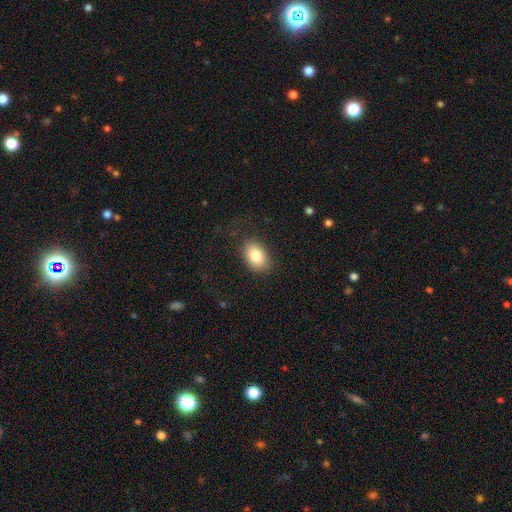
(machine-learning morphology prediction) A smooth galaxy with no disk features (82%) that is in between round and cigar-shaped (86%).

Vote fractions:
- Smooth or featured? smooth: 82% / featured or disk: 10% / star or artifact: 8%
- How rounded? in between: 86% / round: 13% / cigar-shaped: 1%
- Merging? none: 81% / minor disturbance: 13% / major disturbance: 5% / merger: 1%